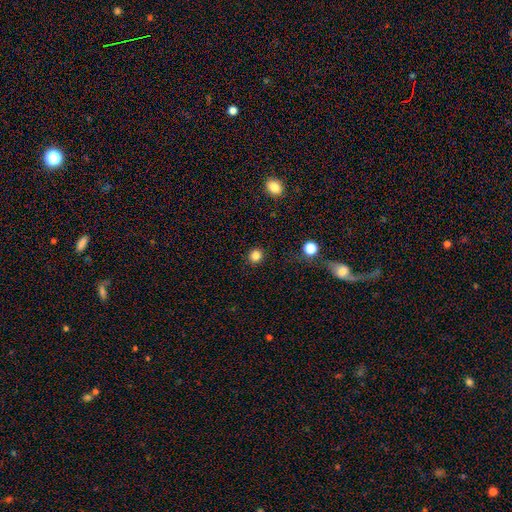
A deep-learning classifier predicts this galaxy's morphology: Q: Smooth or featured?
A: smooth (84%); runner-up: star or artifact (12%)
Q: How rounded?
A: round (88%); runner-up: in between (11%)
Q: Merging?
A: none (91%); runner-up: minor disturbance (6%)